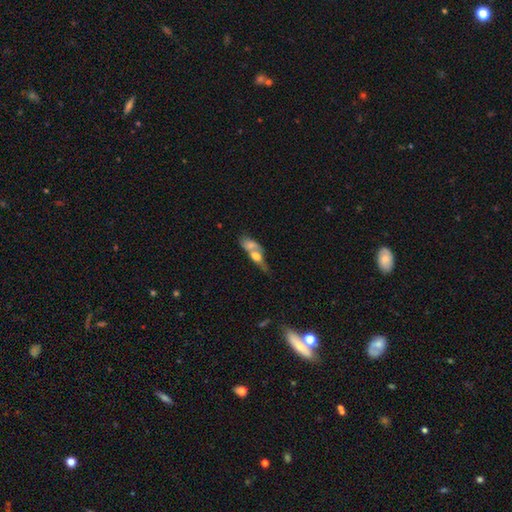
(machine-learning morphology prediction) smooth-or-featured: smooth: 52% | featured or disk: 40% | star or artifact: 8%
  how-rounded: in between: 60% | cigar-shaped: 28% | round: 12%
  merging: merger: 66% | none: 17% | major disturbance: 9% | minor disturbance: 9%